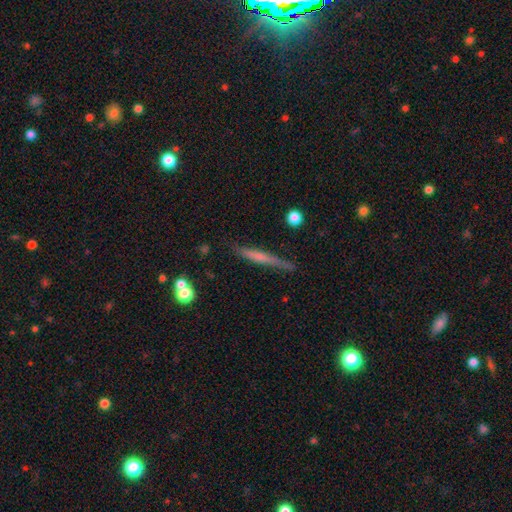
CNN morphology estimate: Smooth or featured? Predicted: featured or disk (p=0.59). Edge-on disk? Predicted: yes (p=0.96). Edge-on bulge? Predicted: none (p=0.50). Merging? Predicted: none (p=0.86).